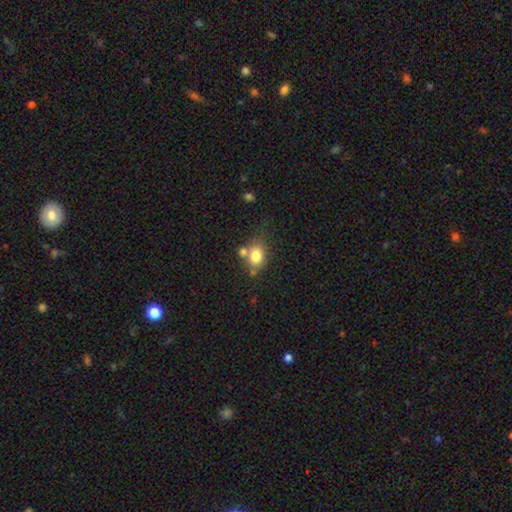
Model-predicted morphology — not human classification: This appears to be a smooth galaxy with no disk features (79%) that is in between round and cigar-shaped (63%). Merging: none (53%).